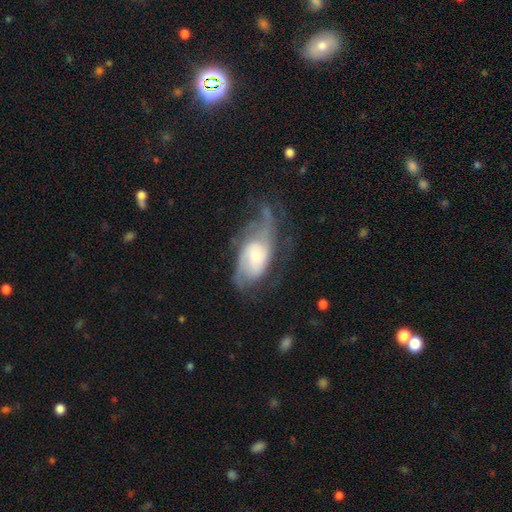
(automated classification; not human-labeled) This is likely a featured or disk galaxy (73%). It is clearly not viewed edge-on (94%). Bar: likely no (65%). Spiral arm pattern: clearly yes (86%). Spiral arm count: marginally 2 (36%). Spiral winding: marginally medium (39%). Central bulge: possibly moderate (47%). Merging: marginally none (39%).